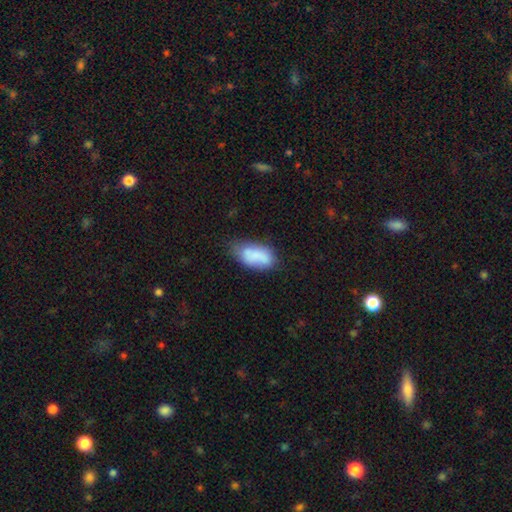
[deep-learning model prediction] smooth-or-featured: smooth: 76% | featured or disk: 16% | star or artifact: 8%
  how-rounded: in between: 92% | round: 4% | cigar-shaped: 3%
  merging: none: 48% | minor disturbance: 33% | major disturbance: 12% | merger: 7%